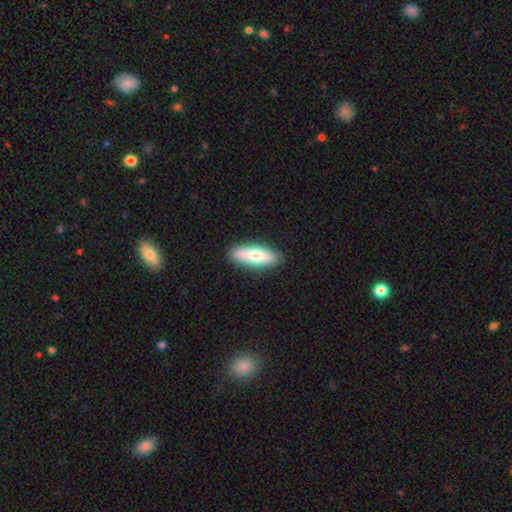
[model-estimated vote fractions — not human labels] This is likely a smooth galaxy (65%). How rounded: likely in between (61%). Merging: clearly none (89%).